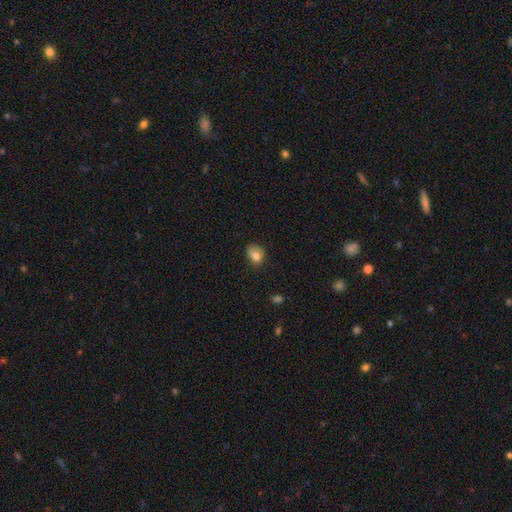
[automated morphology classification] The model was most divided on "merging": none: 52%, minor disturbance: 34%, major disturbance: 11%, merger: 3%. More confident: smooth or featured — smooth (79%); how rounded — in between (61%).